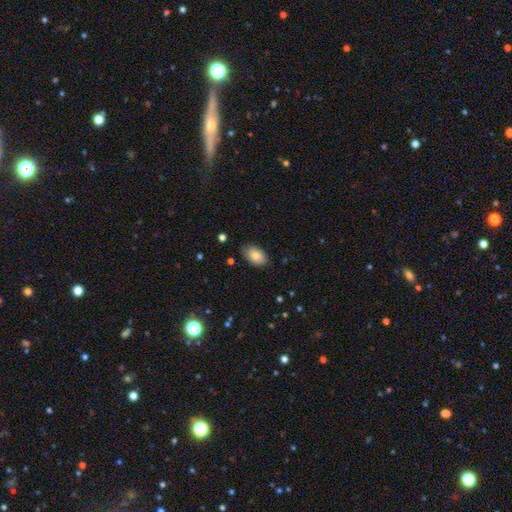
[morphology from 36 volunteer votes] Smooth or featured? smooth (86%)
How rounded? in between (100%)
Merging? none (91%)